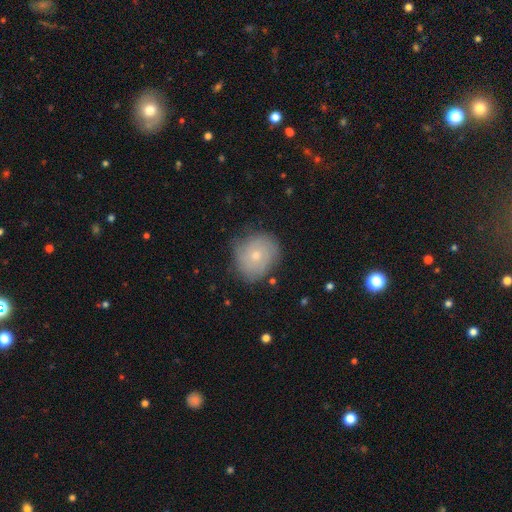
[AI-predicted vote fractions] Morphology: type=smooth (49%); merging=none (72%).